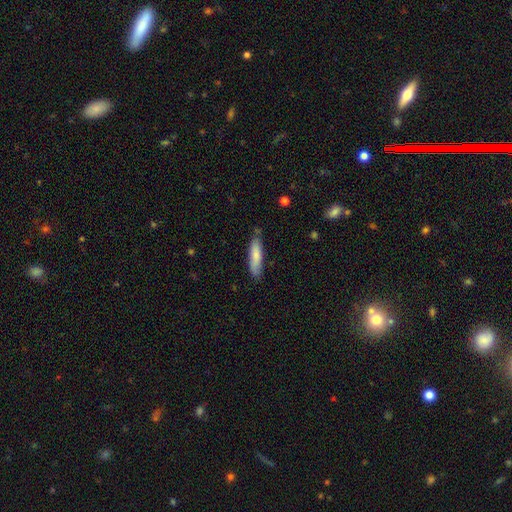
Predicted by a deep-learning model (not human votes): Q: Smooth or featured?
A: smooth (79%); runner-up: featured or disk (16%)
Q: How rounded?
A: cigar-shaped (72%); runner-up: in between (27%)
Q: Merging?
A: none (77%); runner-up: minor disturbance (18%)